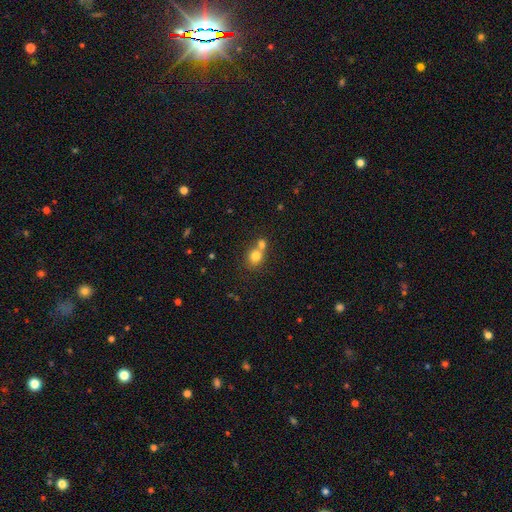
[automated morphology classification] smooth_or_featured: smooth (p=0.78) [alt: star or artifact p=0.11]
how_rounded: round (p=0.74) [alt: in between p=0.25]
merging: merger (p=0.52) [alt: none p=0.38]